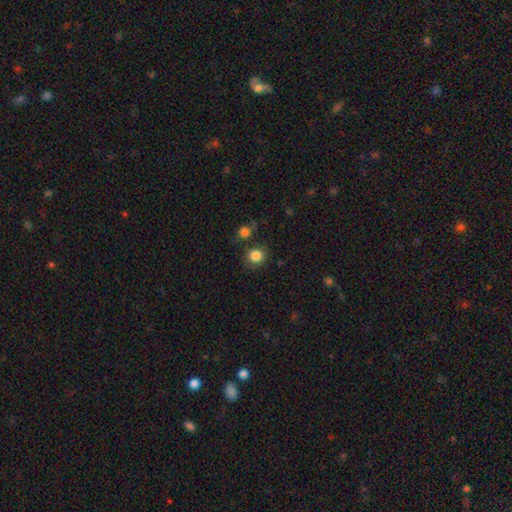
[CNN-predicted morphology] Smooth or featured? smooth (84%)
How rounded? round (83%)
Merging? none (75%)